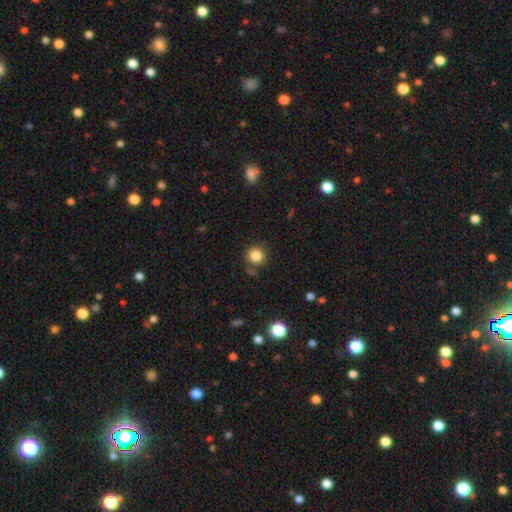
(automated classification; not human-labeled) smooth-or-featured: smooth: 83% | star or artifact: 11% | featured or disk: 5%
  how-rounded: round: 93% | in between: 6% | cigar-shaped: 1%
  merging: none: 82% | minor disturbance: 10% | merger: 5% | major disturbance: 3%